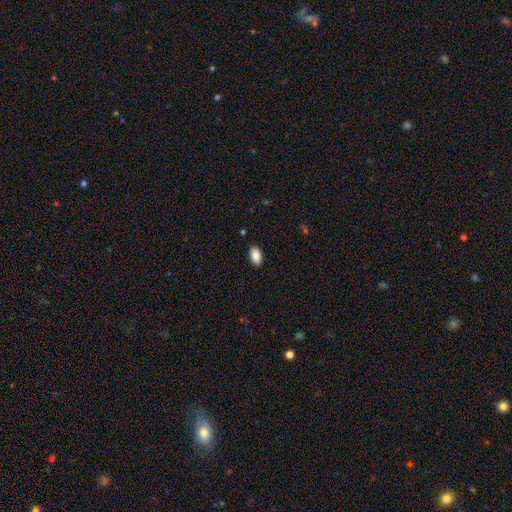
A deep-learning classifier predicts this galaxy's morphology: smooth 87%, star or artifact 7%, featured or disk 6%. Down the decision tree: how rounded — in between (94%); merging — none (89%).